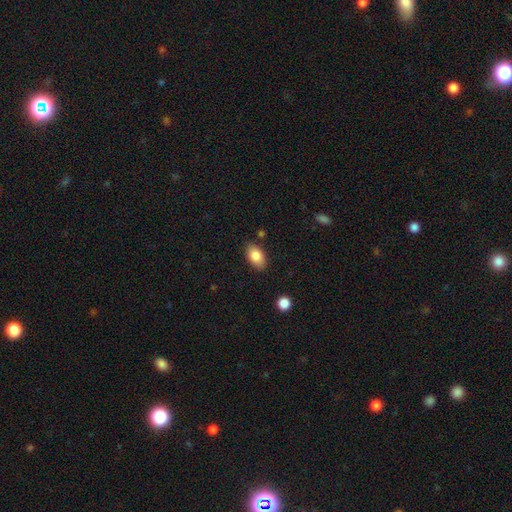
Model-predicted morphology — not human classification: type=smooth (84%); roundness=in between (91%); merging=none (83%).